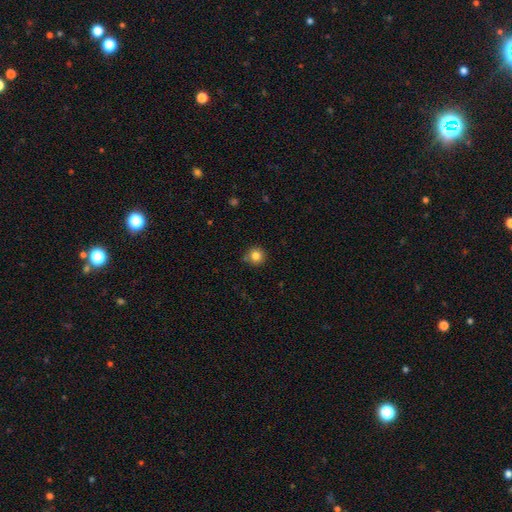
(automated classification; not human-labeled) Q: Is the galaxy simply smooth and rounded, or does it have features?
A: smooth — 83%.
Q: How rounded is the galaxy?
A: round — 93%.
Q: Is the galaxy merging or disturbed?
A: none — 81%.